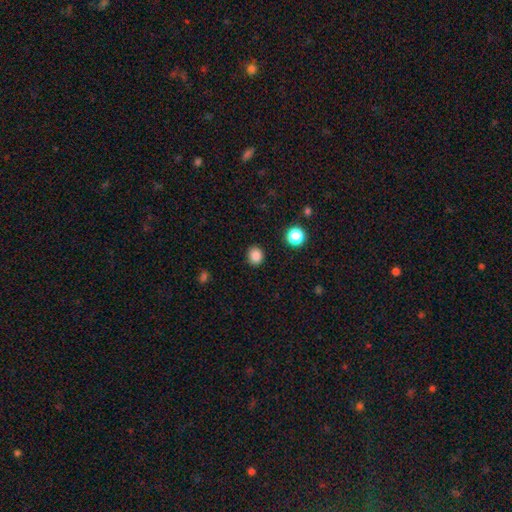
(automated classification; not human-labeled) Smooth or featured? smooth (86%)
How rounded? round (86%)
Merging? none (91%)